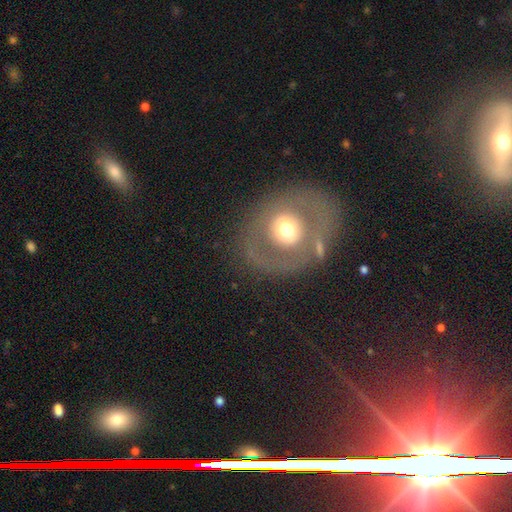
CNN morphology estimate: smooth_or_featured: featured or disk (p=0.58) [alt: smooth p=0.30]
disk_edge_on: no (p=0.93) [alt: yes p=0.07]
bar: no (p=0.74) [alt: weak p=0.18]
has_spiral_arms: no (p=0.73) [alt: yes p=0.27]
bulge_size: moderate (p=0.71) [alt: small p=0.13]
merging: none (p=0.77) [alt: minor disturbance p=0.12]